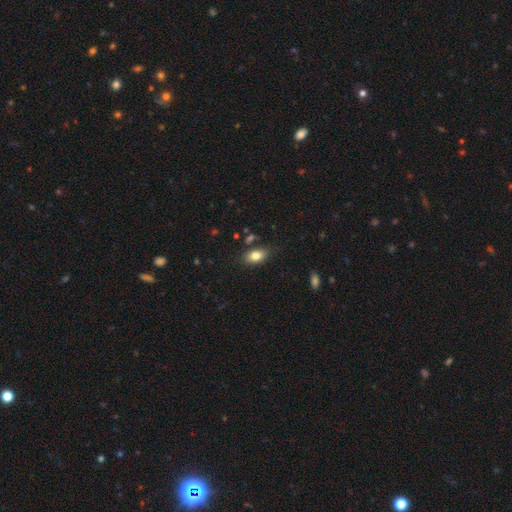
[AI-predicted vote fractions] This is clearly a smooth galaxy (81%). How rounded: clearly in between (86%). Merging: likely none (78%).